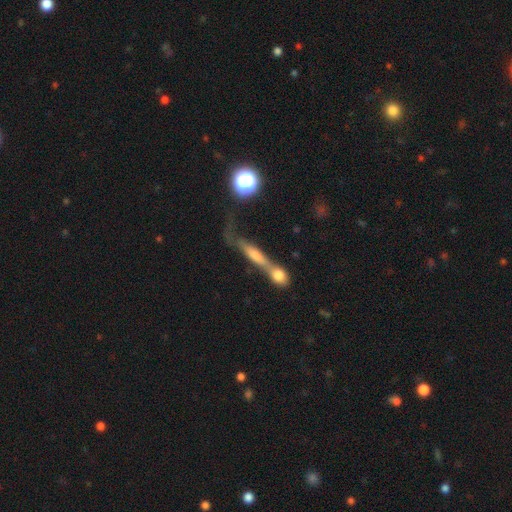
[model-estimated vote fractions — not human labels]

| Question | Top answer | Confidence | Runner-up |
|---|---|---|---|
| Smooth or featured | featured or disk | 46% | smooth (40%) |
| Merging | merger | 52% | none (25%) |